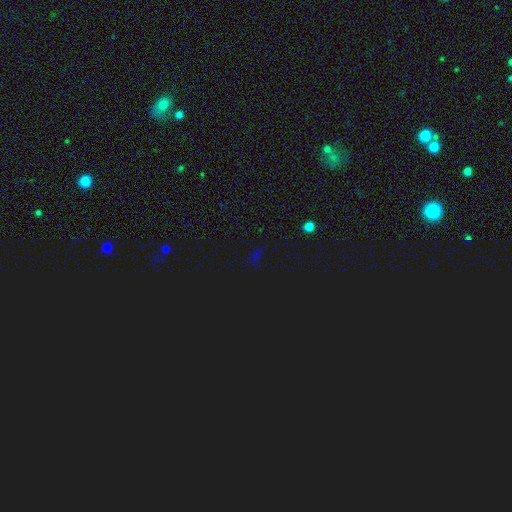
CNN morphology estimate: A star or artifact, not a galaxy (72%).

Vote fractions:
- Smooth or featured? star or artifact: 72% / smooth: 21% / featured or disk: 6%